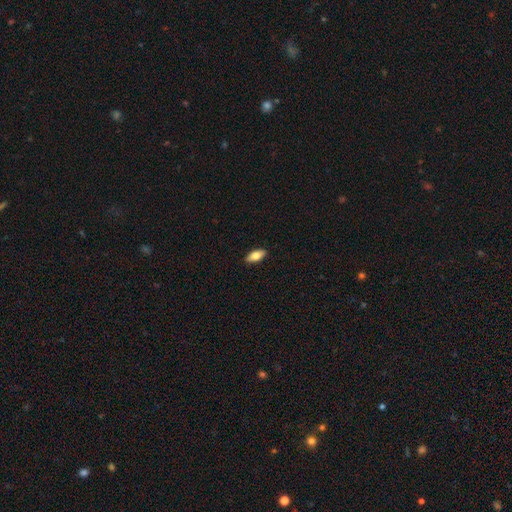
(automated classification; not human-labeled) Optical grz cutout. It shows a smooth galaxy with no disk features (75%) that is in between round and cigar-shaped (84%). Merging: none (90%).